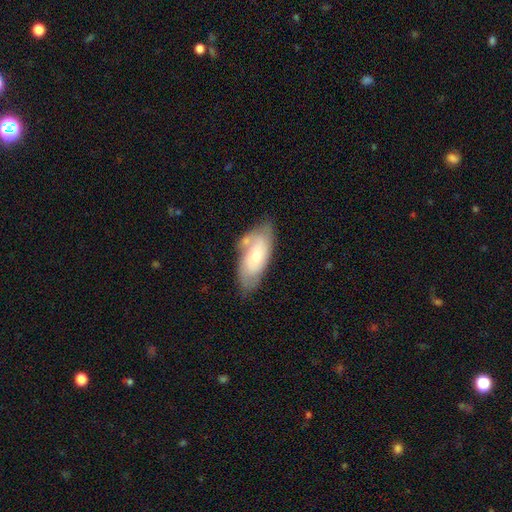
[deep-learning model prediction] This is possibly a smooth galaxy (49%). Merging: possibly none (56%).